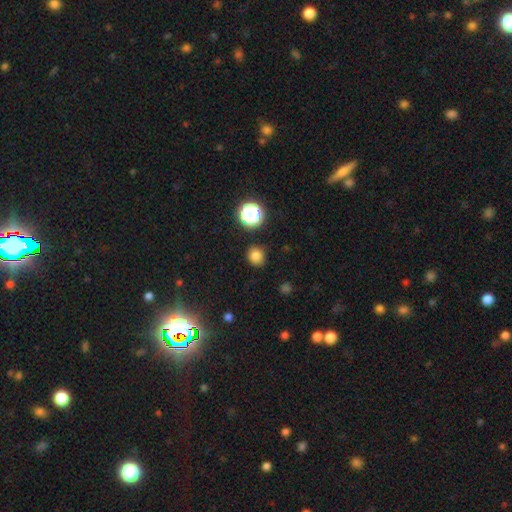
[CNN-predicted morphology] smooth_or_featured: smooth (p=0.80) [alt: star or artifact p=0.15]
how_rounded: round (p=0.88) [alt: in between p=0.11]
merging: none (p=0.86) [alt: minor disturbance p=0.09]